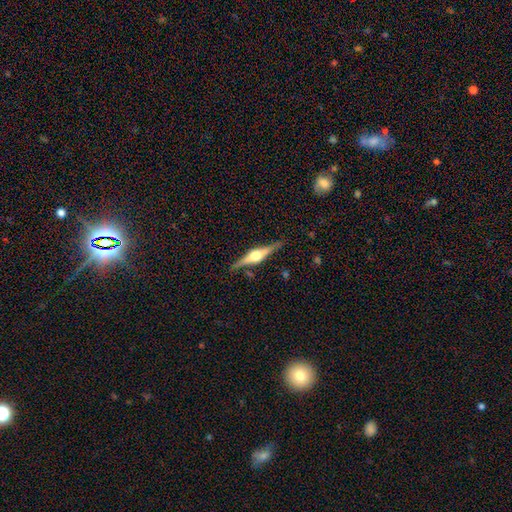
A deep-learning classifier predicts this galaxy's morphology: Smooth or featured? Predicted: featured or disk (p=0.82). Edge-on disk? Predicted: yes (p=0.98). Edge-on bulge? Predicted: rounded (p=0.91). Merging? Predicted: none (p=0.87).